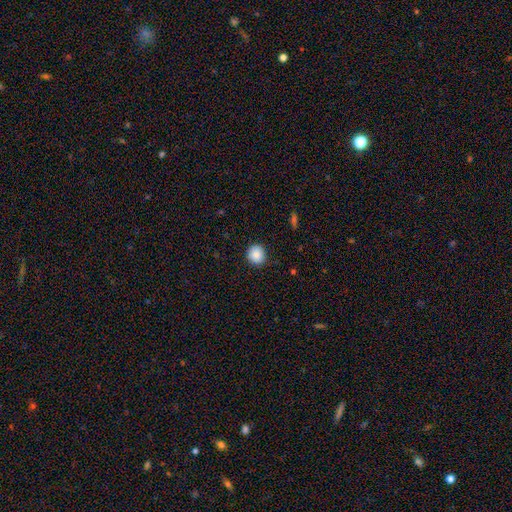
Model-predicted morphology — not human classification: Overall: smooth (87%). How rounded: round (87%). Merging: none (88%).